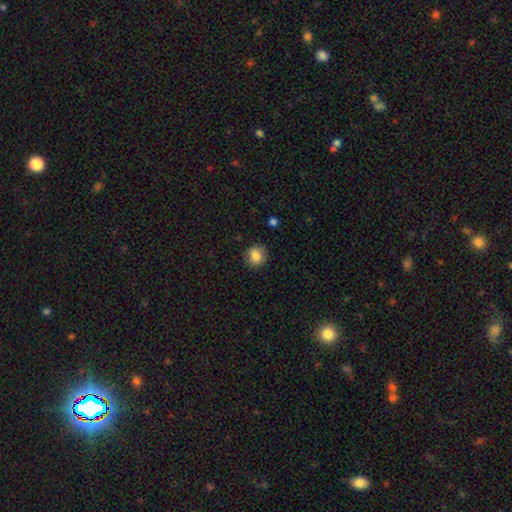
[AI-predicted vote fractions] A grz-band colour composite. It shows a smooth galaxy with no disk features (84%) that is round (76%). Merging: none (85%).